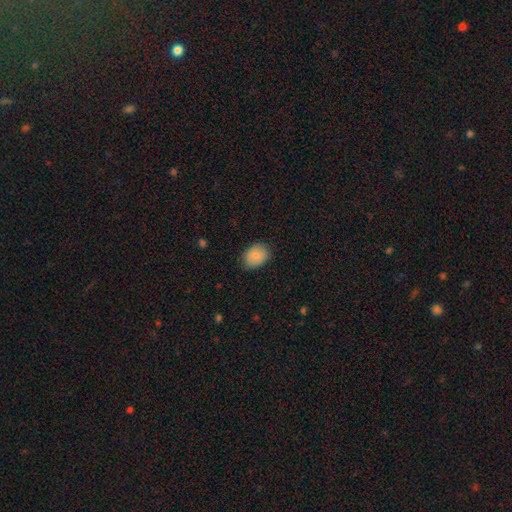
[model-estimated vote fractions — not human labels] This is clearly a smooth galaxy (84%). How rounded: likely in between (69%). Merging: clearly none (82%).